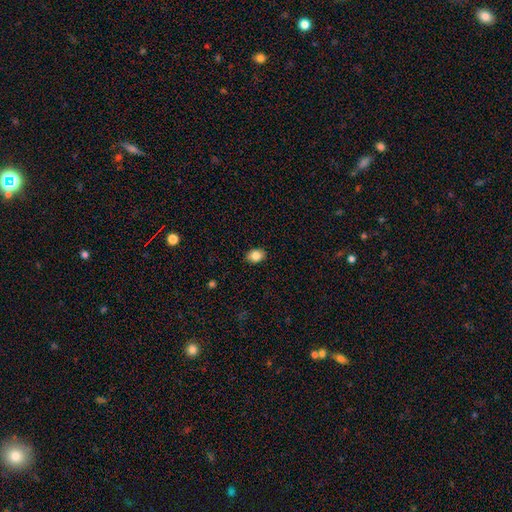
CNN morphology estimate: smooth 85%, star or artifact 9%, featured or disk 6%. Down the decision tree: how rounded — in between (71%); merging — none (89%).